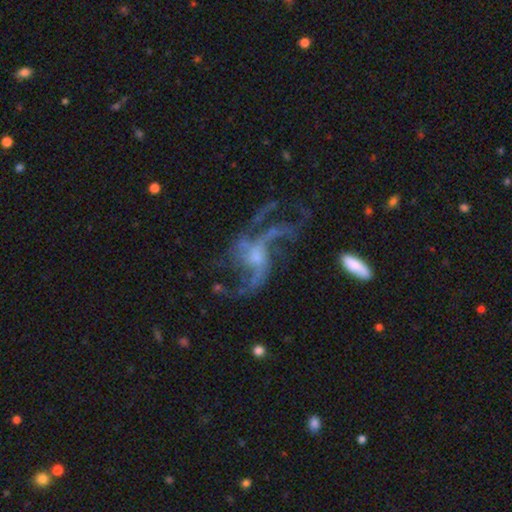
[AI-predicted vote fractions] The model was most divided on "merging": none: 43%, major disturbance: 36%, minor disturbance: 15%, merger: 6%. Remaining: edge-on disk — no (97%); spiral arms — yes (91%); smooth or featured — featured or disk (84%); spiral winding — loose (71%); bar — no (60%); bulge size — small (54%); spiral arm count — 3 (33%).